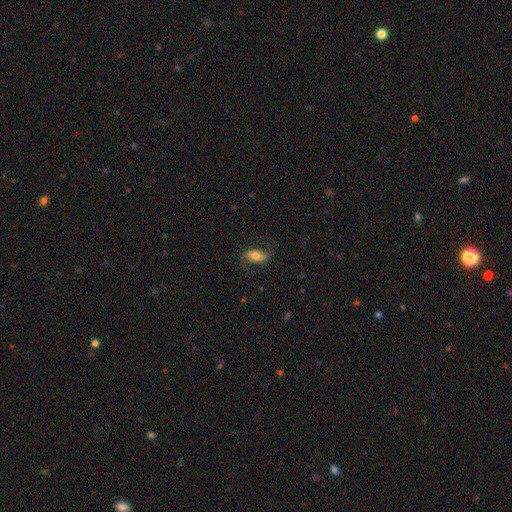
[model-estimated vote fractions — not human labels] Smooth or featured? Predicted: smooth (p=0.52). How rounded? Predicted: in between (p=0.84). Merging? Predicted: none (p=0.69).